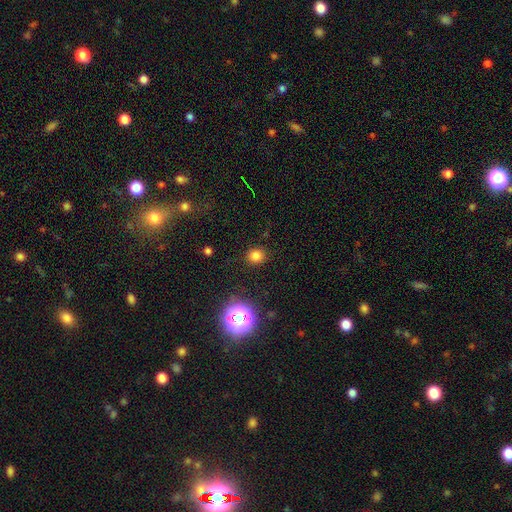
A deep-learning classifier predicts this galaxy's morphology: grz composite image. It shows a smooth galaxy with no disk features (77%) that is round (78%). Merging: none (88%).